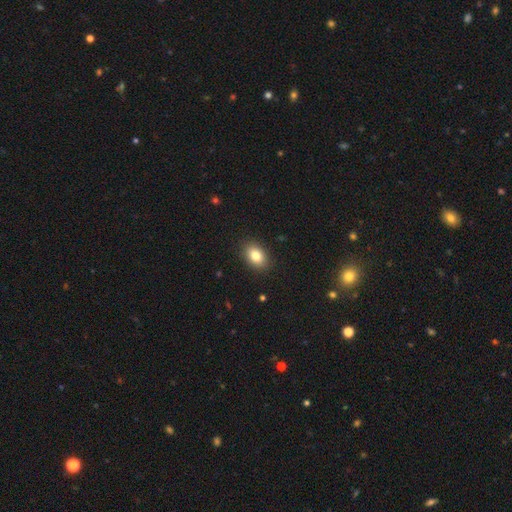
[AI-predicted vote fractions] smooth 83%, star or artifact 9%, featured or disk 8%. Down the decision tree: how rounded — in between (82%); merging — none (89%).